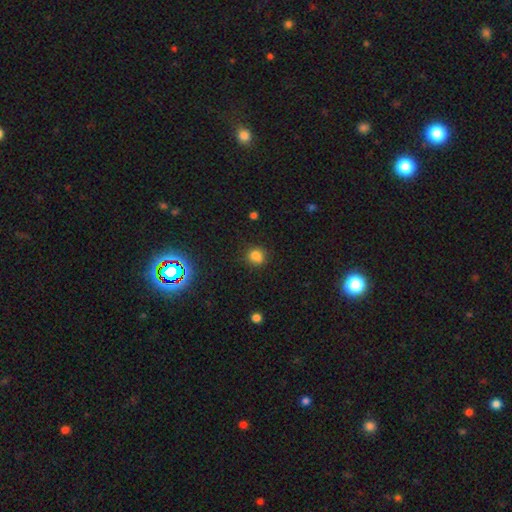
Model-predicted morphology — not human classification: Smooth or featured? Predicted: smooth (p=0.78). How rounded? Predicted: round (p=0.81). Merging? Predicted: none (p=0.79).